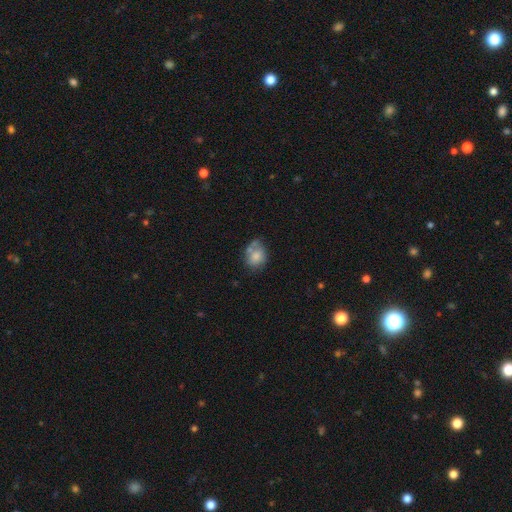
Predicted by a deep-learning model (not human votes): smooth 67%, featured or disk 24%, star or artifact 9%. Down the decision tree: how rounded — in between (57%); merging — none (42%).